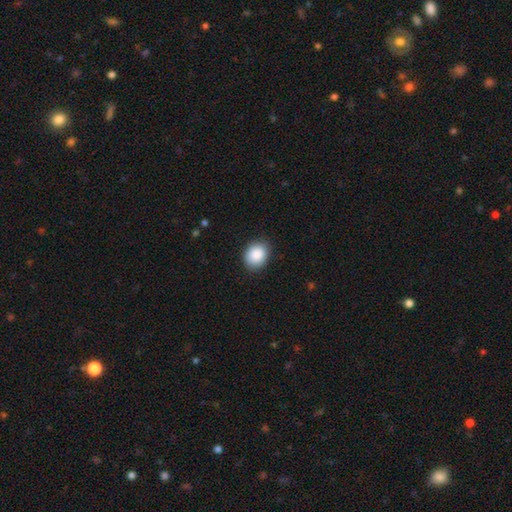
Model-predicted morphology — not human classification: Q: Smooth or featured?
A: smooth (89%); runner-up: star or artifact (7%)
Q: How rounded?
A: in between (52%); runner-up: round (47%)
Q: Merging?
A: none (86%); runner-up: minor disturbance (11%)